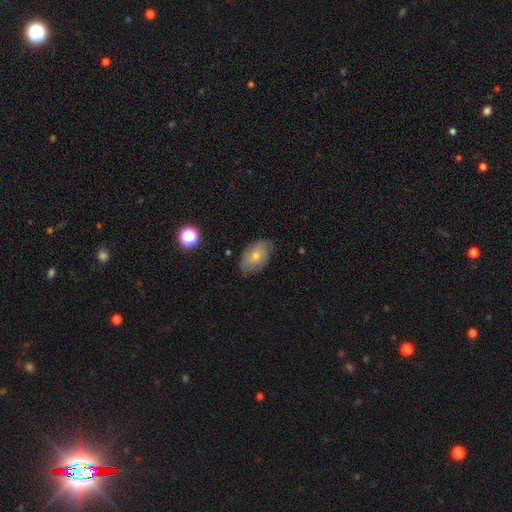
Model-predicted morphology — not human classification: smooth_or_featured: smooth (p=0.70) [alt: featured or disk p=0.22]
how_rounded: in between (p=0.89) [alt: round p=0.09]
merging: none (p=0.74) [alt: minor disturbance p=0.21]